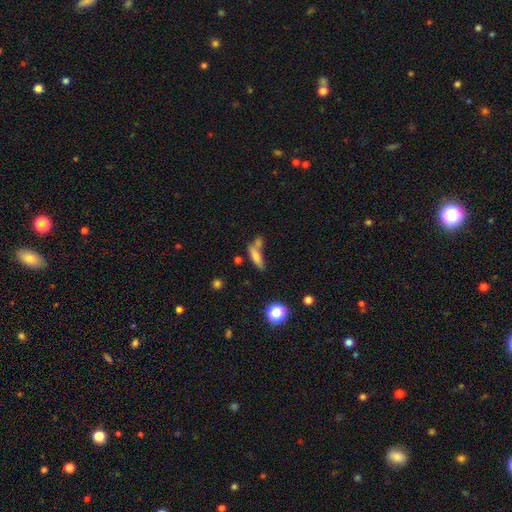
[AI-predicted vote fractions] smooth_or_featured: smooth (p=0.72) [alt: featured or disk p=0.17]
how_rounded: cigar-shaped (p=0.64) [alt: in between p=0.32]
merging: none (p=0.49) [alt: merger p=0.30]